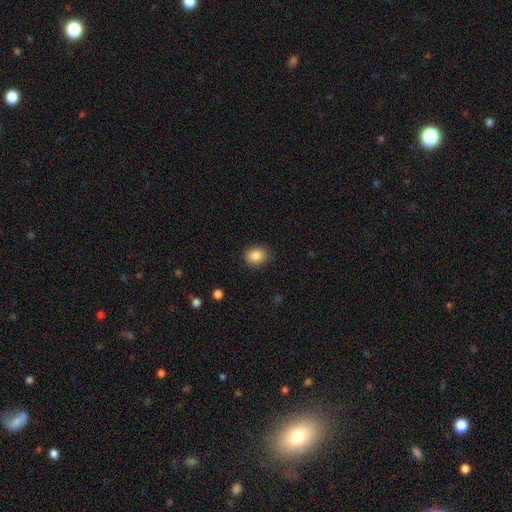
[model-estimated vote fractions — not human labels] This is clearly a smooth galaxy (86%). How rounded: possibly in between (56%). Merging: clearly none (88%).